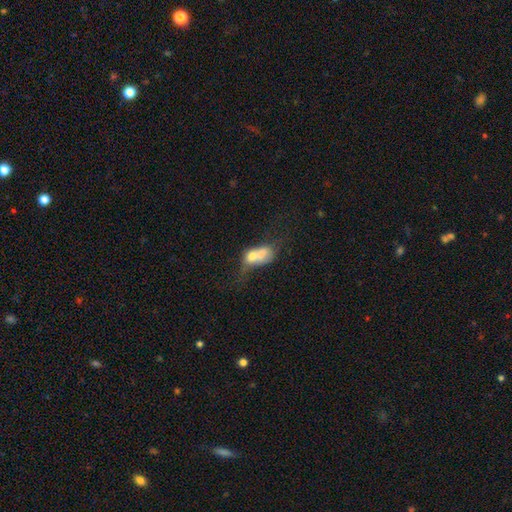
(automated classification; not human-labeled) Smooth or featured? smooth (63%)
How rounded? in between (75%)
Merging? merger (58%)